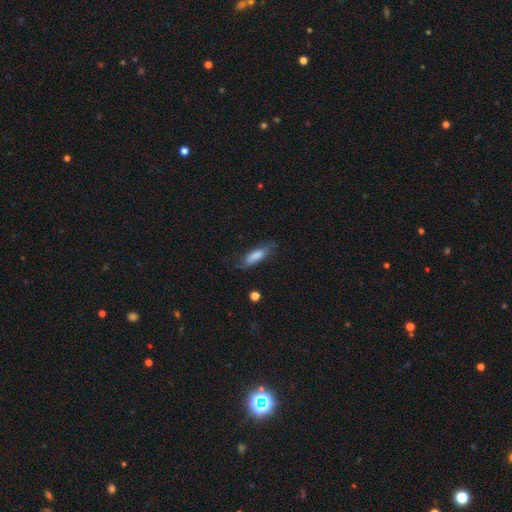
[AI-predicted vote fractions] Smooth or featured? smooth (73%)
How rounded? cigar-shaped (55%)
Merging? none (63%)